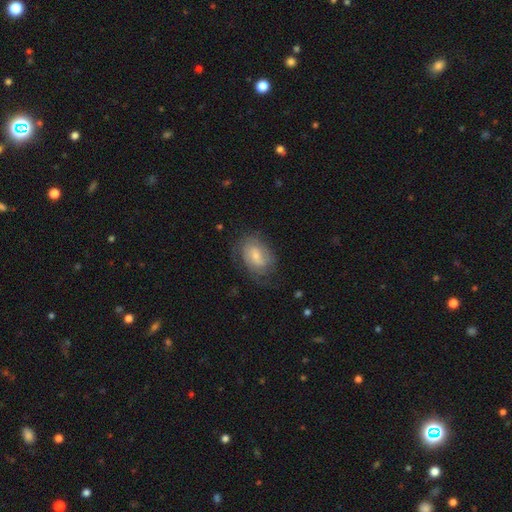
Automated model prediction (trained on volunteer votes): smooth-or-featured: featured or disk: 62% | smooth: 31% | star or artifact: 7%
  disk-edge-on: no: 96% | yes: 4%
    bar: weak: 46% | no: 44% | strong: 9%
    has-spiral-arms: yes: 85% | no: 15%
      spiral-winding: tight: 50% | medium: 36% | loose: 14%
      spiral-arm-count: can't tell: 40% | 2: 38% | 3: 10% | 1: 5% | 4: 4% | more than 4: 3%
    bulge-size: small: 54% | moderate: 36% | none: 5% | large: 4% | dominant: 1%
  merging: none: 63% | minor disturbance: 22% | major disturbance: 13% | merger: 1%